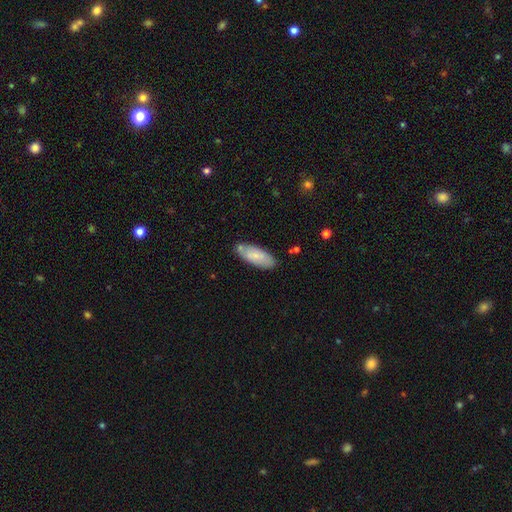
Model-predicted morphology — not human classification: Smooth or featured?
  - smooth: 71% *
  - featured or disk: 23%
  - star or artifact: 6%
How rounded?
  - in between: 80% *
  - cigar-shaped: 18%
  - round: 2%
Merging?
  - none: 74% *
  - minor disturbance: 17%
  - merger: 6%
  - major disturbance: 3%